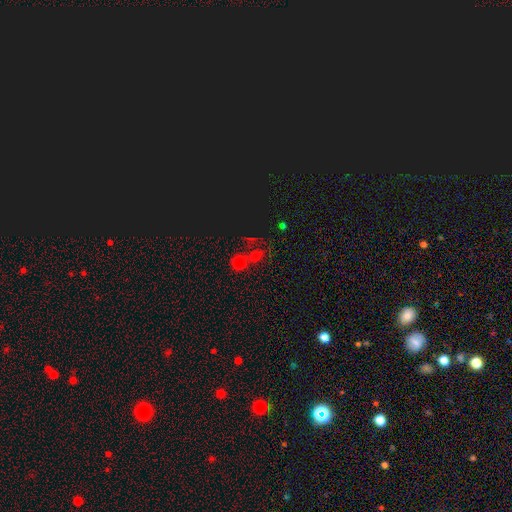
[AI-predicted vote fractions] This appears to be a smooth galaxy with no disk features (53%) that is round (76%). Merging: none (51%).